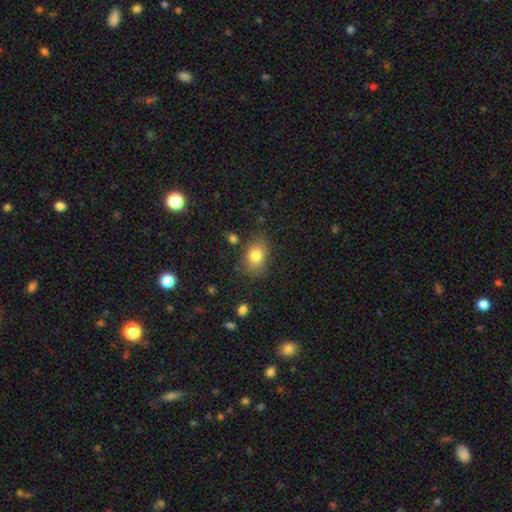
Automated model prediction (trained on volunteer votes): This is clearly a smooth galaxy (80%). How rounded: likely in between (73%). Merging: likely none (77%).